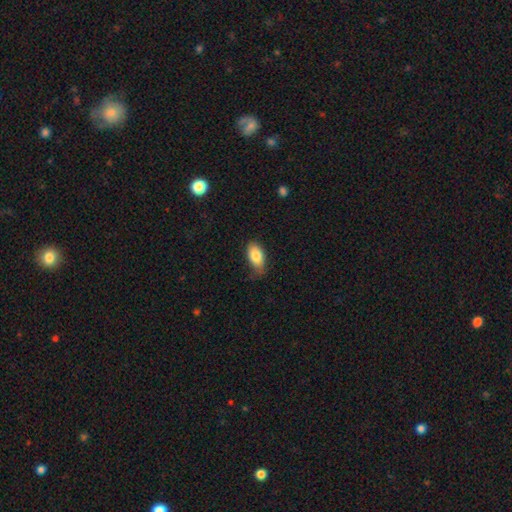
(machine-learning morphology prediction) smooth-or-featured: smooth: 85% | featured or disk: 8% | star or artifact: 7%
  how-rounded: in between: 93% | round: 4% | cigar-shaped: 4%
  merging: none: 64% | minor disturbance: 28% | major disturbance: 6% | merger: 2%